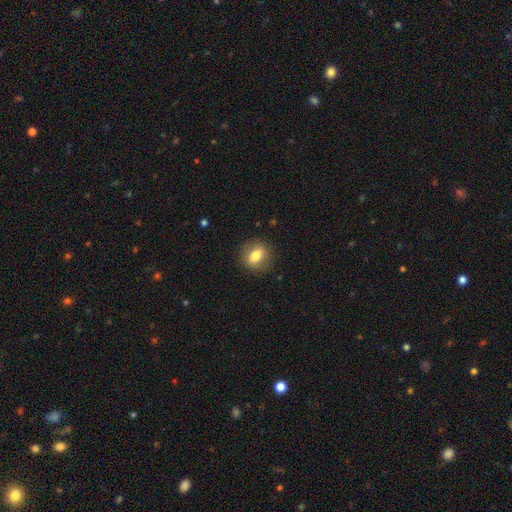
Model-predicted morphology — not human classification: smooth_or_featured: smooth (p=0.75) [alt: featured or disk p=0.17]
how_rounded: round (p=0.56) [alt: in between p=0.41]
merging: none (p=0.87) [alt: minor disturbance p=0.09]